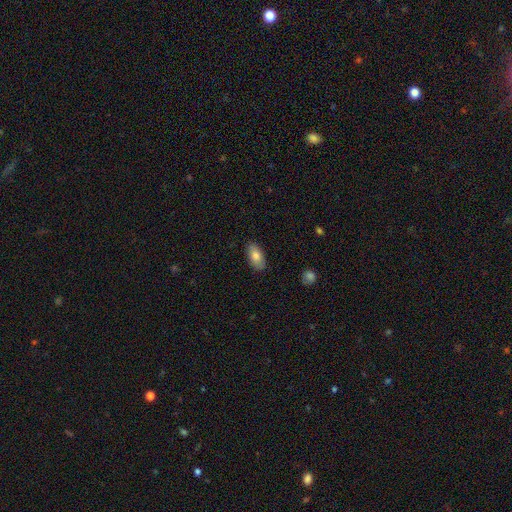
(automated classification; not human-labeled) A smooth galaxy with no disk features (81%) that is in between round and cigar-shaped (92%).

Vote fractions:
- Smooth or featured? smooth: 81% / featured or disk: 13% / star or artifact: 7%
- How rounded? in between: 92% / cigar-shaped: 5% / round: 3%
- Merging? none: 87% / minor disturbance: 10% / major disturbance: 2% / merger: 1%